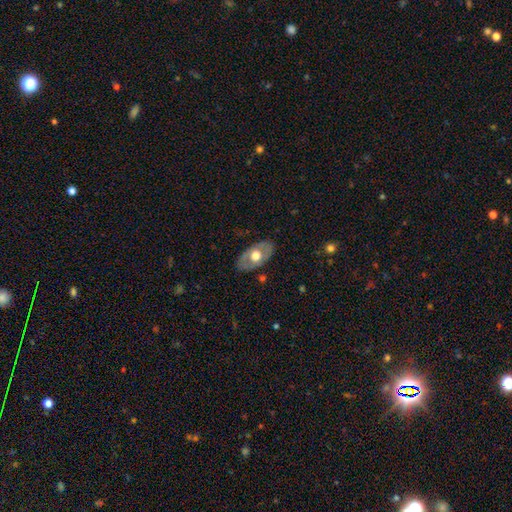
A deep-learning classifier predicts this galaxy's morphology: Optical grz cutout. It shows a featured or disk galaxy (48%). Merging: none (81%).